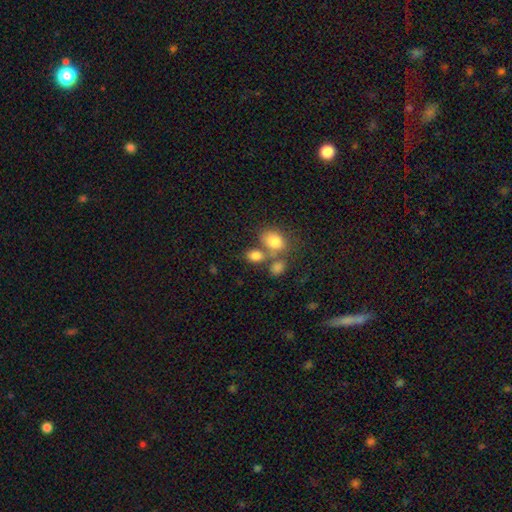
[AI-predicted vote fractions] smooth_or_featured: smooth (p=0.78) [alt: star or artifact p=0.11]
how_rounded: in between (p=0.69) [alt: round p=0.30]
merging: none (p=0.42) [alt: merger p=0.39]